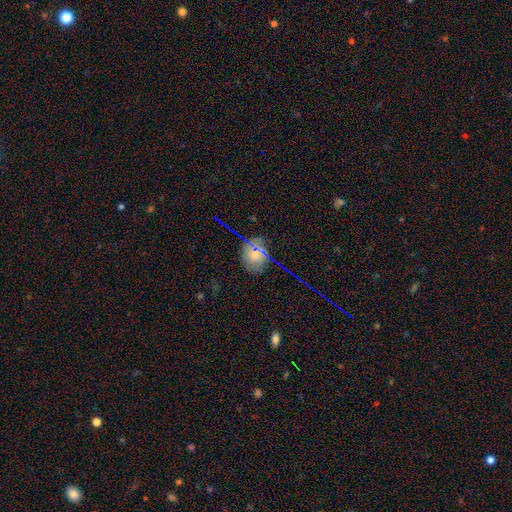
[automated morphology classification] The model was most divided on "how rounded": round: 53%, in between: 45%, cigar-shaped: 2%. More confident: merging — none (74%); smooth or featured — smooth (59%).